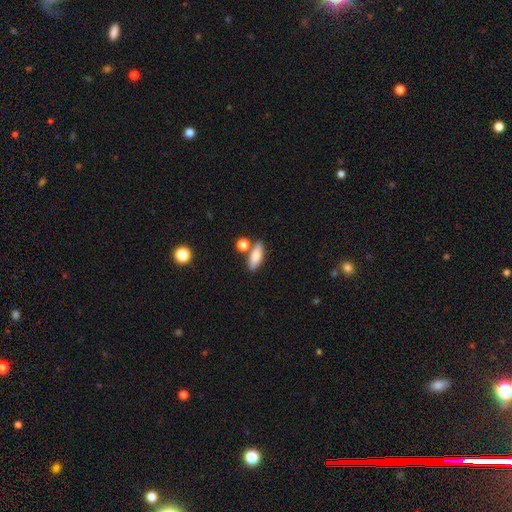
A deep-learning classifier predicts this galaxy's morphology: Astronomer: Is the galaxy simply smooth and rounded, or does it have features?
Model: smooth — 78%.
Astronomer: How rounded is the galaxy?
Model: in between — 66%.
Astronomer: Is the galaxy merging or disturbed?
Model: none — 69%.